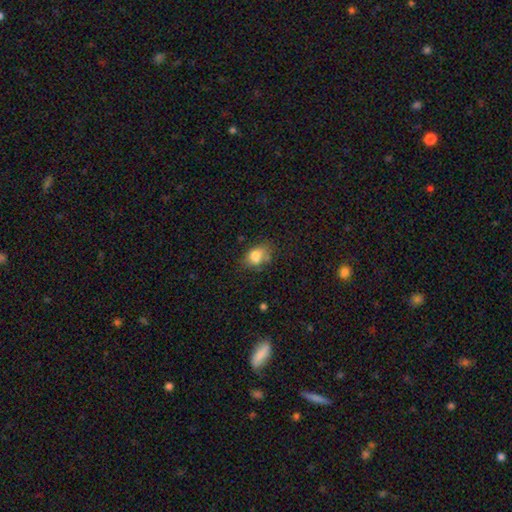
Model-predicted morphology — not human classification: Smooth or featured?
  - smooth: 80% *
  - star or artifact: 10%
  - featured or disk: 10%
How rounded?
  - in between: 70% *
  - round: 28%
  - cigar-shaped: 2%
Merging?
  - none: 56% *
  - minor disturbance: 27%
  - major disturbance: 9%
  - merger: 8%